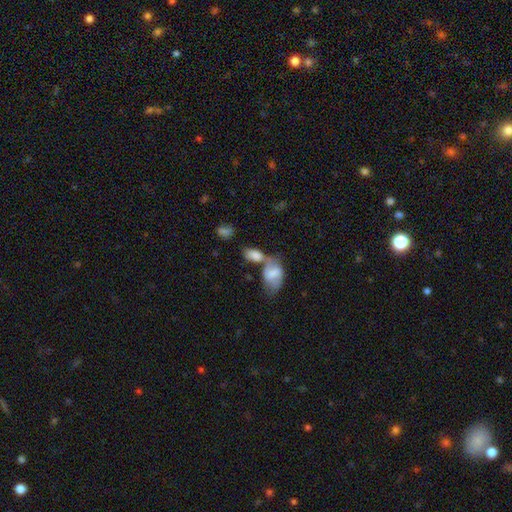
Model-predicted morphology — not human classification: This appears to be a smooth galaxy with no disk features (70%) that is in between round and cigar-shaped (88%). Merging: merger (55%).